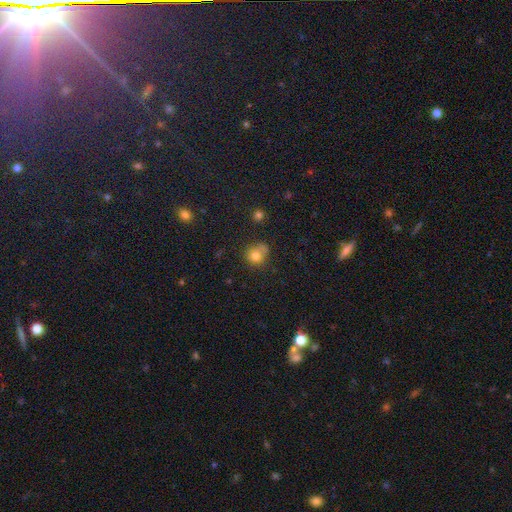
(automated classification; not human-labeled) Smooth or featured?
  - smooth: 78% *
  - star or artifact: 13%
  - featured or disk: 10%
How rounded?
  - round: 73% *
  - in between: 26%
  - cigar-shaped: 1%
Merging?
  - none: 50% *
  - minor disturbance: 28%
  - merger: 11%
  - major disturbance: 11%